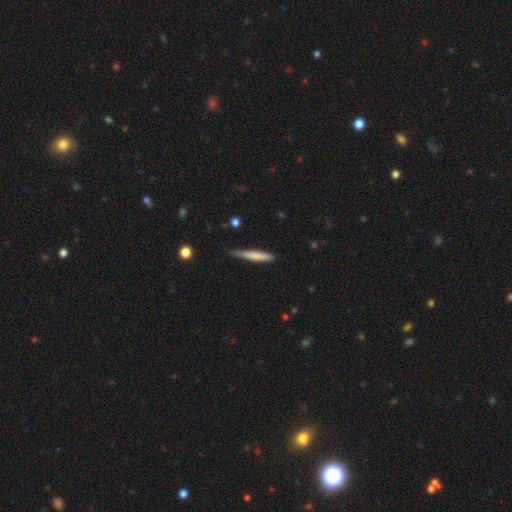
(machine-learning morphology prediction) Overall: smooth (72%). How rounded: cigar-shaped (94%). Merging: none (70%).